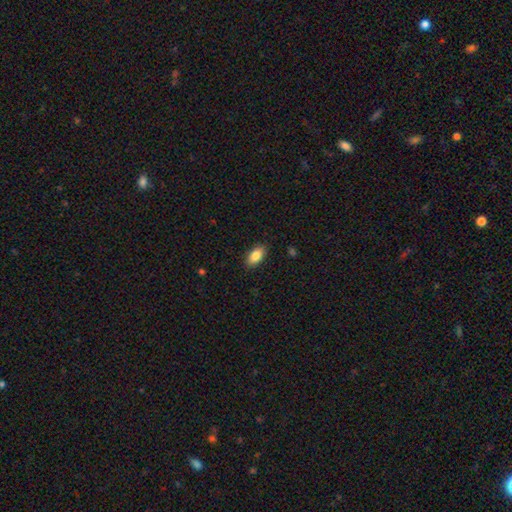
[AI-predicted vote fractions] A smooth galaxy with no disk features (85%) that is in between round and cigar-shaped (91%). Merging: none (88%).